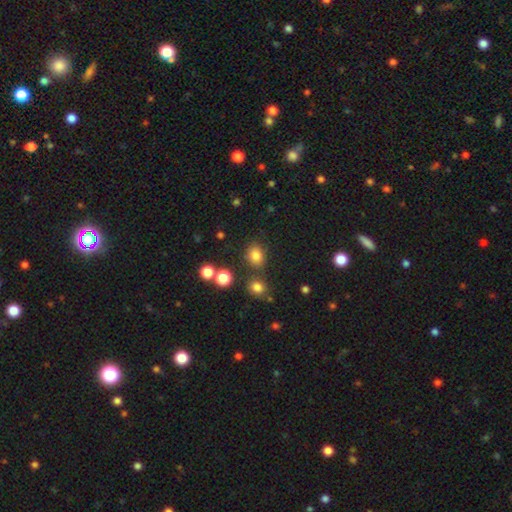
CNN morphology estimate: smooth 79%, star or artifact 15%, featured or disk 6%. Down the decision tree: how rounded — round (55%); merging — none (75%).